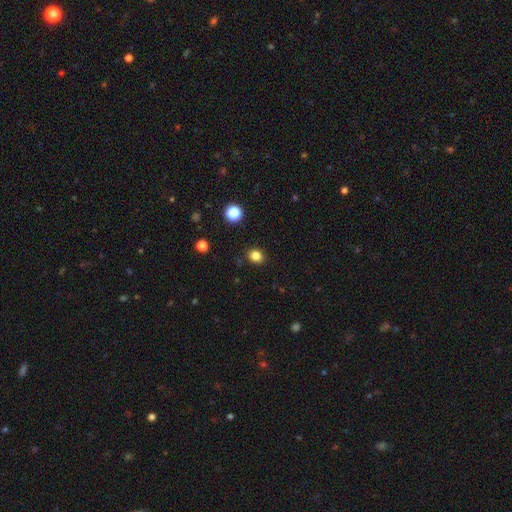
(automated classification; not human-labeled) smooth-or-featured: smooth: 83% | star or artifact: 13% | featured or disk: 4%
  how-rounded: round: 66% | in between: 33% | cigar-shaped: 1%
  merging: none: 89% | minor disturbance: 7% | major disturbance: 2% | merger: 1%